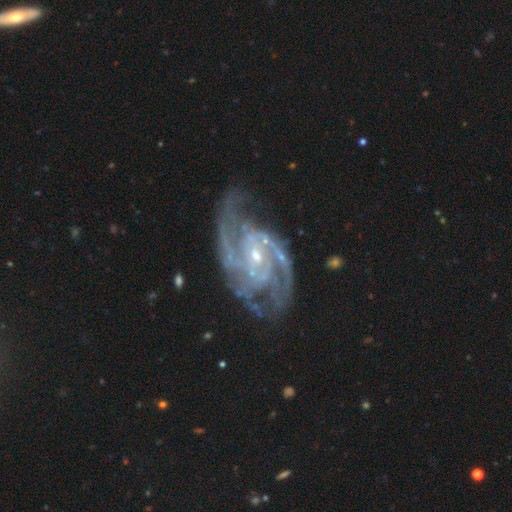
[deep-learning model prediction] Smooth or featured? Predicted: featured or disk (p=0.92). Edge-on disk? Predicted: no (p=0.97). Bar? Predicted: weak (p=0.43). Spiral arms? Predicted: yes (p=0.98). Spiral winding? Predicted: medium (p=0.51). Spiral arm count? Predicted: 2 (p=0.50). Bulge size? Predicted: small (p=0.74). Merging? Predicted: none (p=0.66).